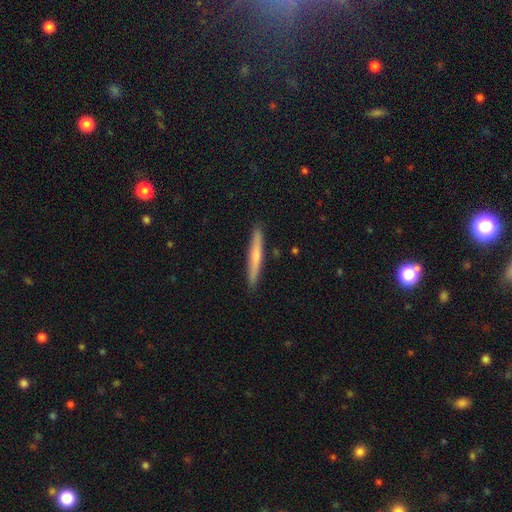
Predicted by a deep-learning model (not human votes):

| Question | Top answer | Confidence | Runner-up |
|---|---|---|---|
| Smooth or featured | smooth | 57% | featured or disk (38%) |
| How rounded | cigar-shaped | 96% | in between (3%) |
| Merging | none | 91% | minor disturbance (7%) |